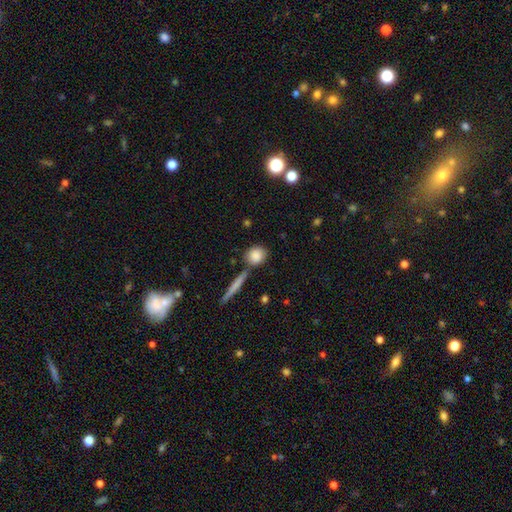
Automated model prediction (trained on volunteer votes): Morphology: type=smooth (84%); roundness=round (74%); merging=none (71%).